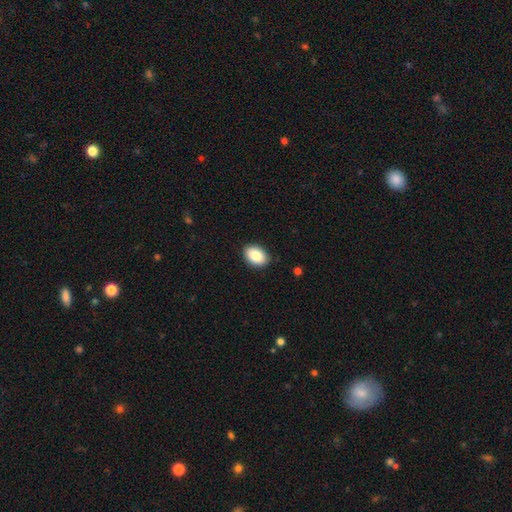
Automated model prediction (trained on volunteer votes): A smooth galaxy with no disk features (88%) that is in between round and cigar-shaped (88%). Merging: none (89%).